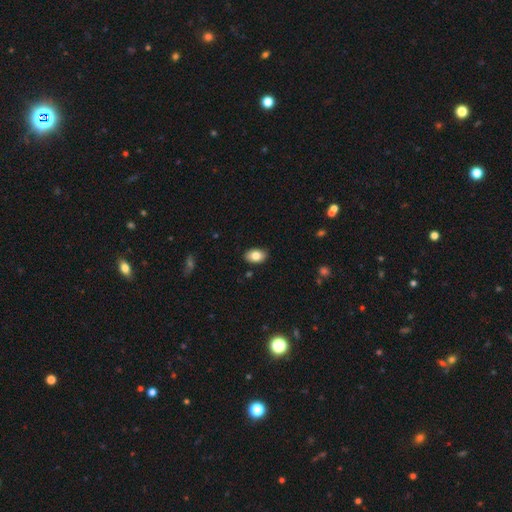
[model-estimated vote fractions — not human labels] smooth 82%, featured or disk 10%, star or artifact 8%. Down the decision tree: how rounded — in between (88%); merging — none (87%).